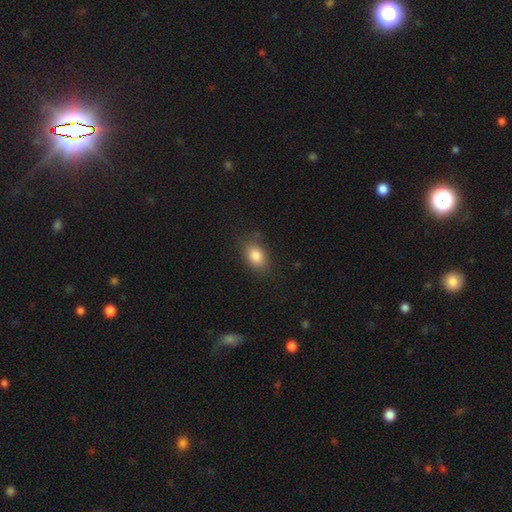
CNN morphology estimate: This is clearly a smooth galaxy (84%). How rounded: clearly in between (80%). Merging: clearly none (80%).